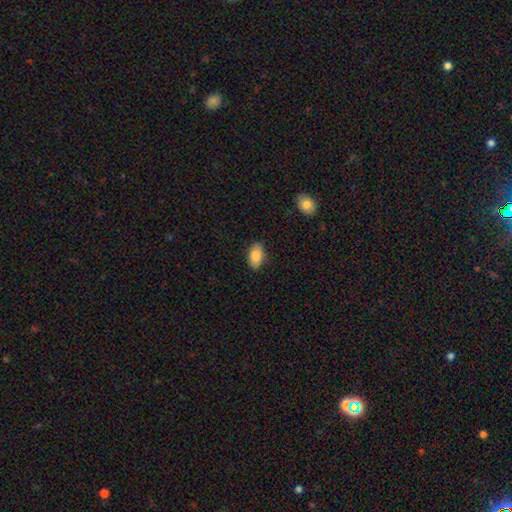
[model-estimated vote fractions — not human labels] smooth_or_featured: smooth (p=0.84) [alt: featured or disk p=0.09]
how_rounded: in between (p=0.93) [alt: round p=0.04]
merging: none (p=0.86) [alt: minor disturbance p=0.11]